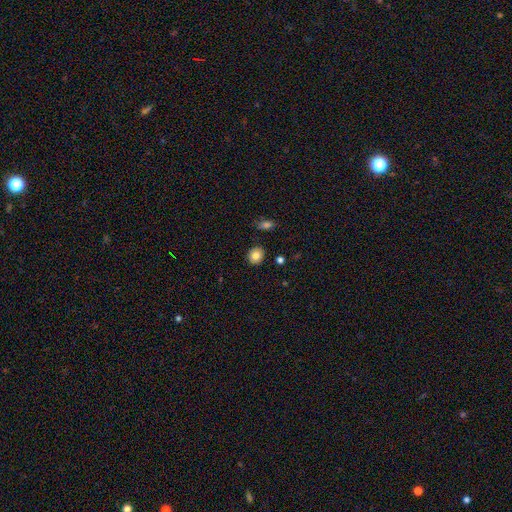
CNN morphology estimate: Smooth or featured? Predicted: smooth (p=0.81). How rounded? Predicted: round (p=0.79). Merging? Predicted: none (p=0.88).